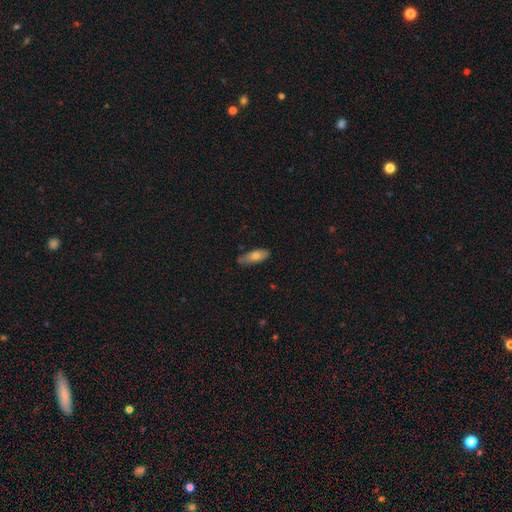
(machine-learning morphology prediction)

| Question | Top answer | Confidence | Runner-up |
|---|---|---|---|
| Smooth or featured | smooth | 71% | featured or disk (22%) |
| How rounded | in between | 65% | cigar-shaped (33%) |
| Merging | none | 73% | minor disturbance (22%) |